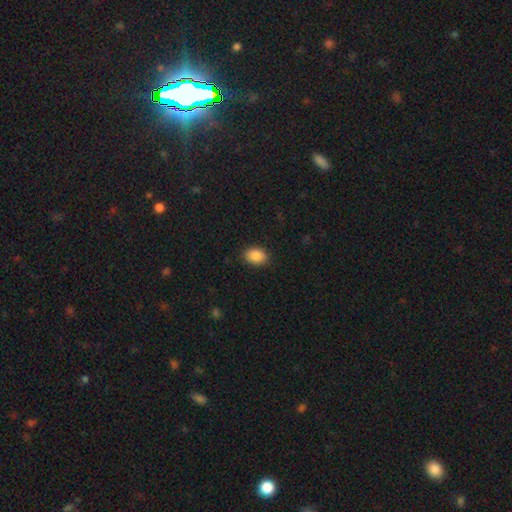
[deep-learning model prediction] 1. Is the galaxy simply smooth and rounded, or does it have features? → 88% smooth, 8% star or artifact, 4% featured or disk.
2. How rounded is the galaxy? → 79% in between, 20% round, 1% cigar-shaped.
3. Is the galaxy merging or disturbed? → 89% none, 8% minor disturbance, 2% major disturbance, 1% merger.